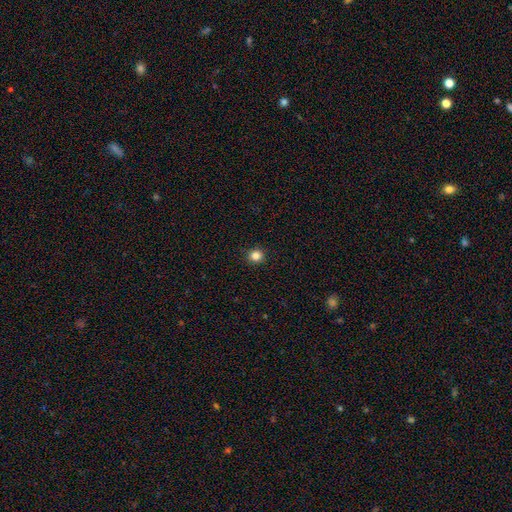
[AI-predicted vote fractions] smooth 84%, star or artifact 12%, featured or disk 4%. Down the decision tree: how rounded — round (92%); merging — none (93%).